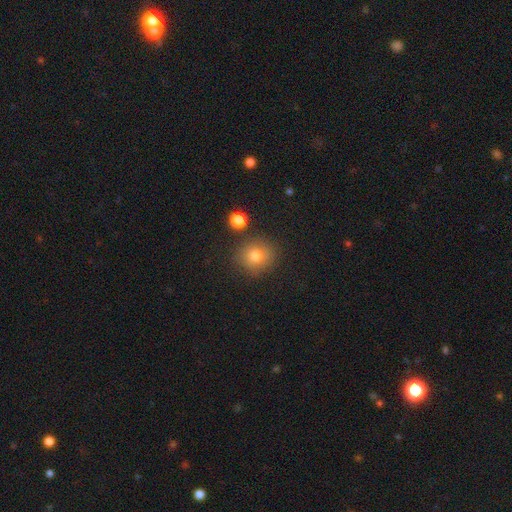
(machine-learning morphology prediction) Smooth or featured?
  - smooth: 79% *
  - star or artifact: 13%
  - featured or disk: 9%
How rounded?
  - round: 82% *
  - in between: 17%
  - cigar-shaped: 1%
Merging?
  - none: 82% *
  - minor disturbance: 10%
  - merger: 5%
  - major disturbance: 3%